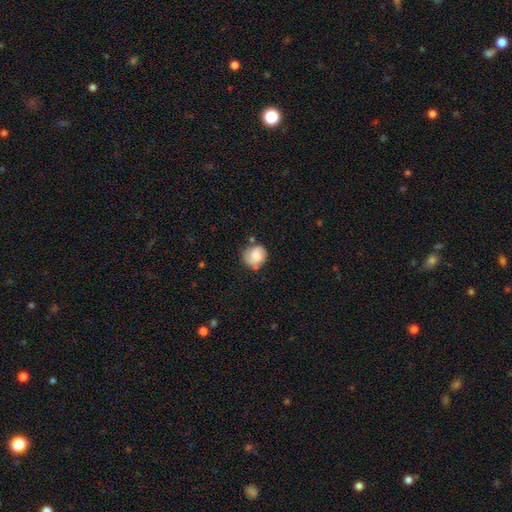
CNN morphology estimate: type=smooth (79%); roundness=round (82%); merging=none (66%).